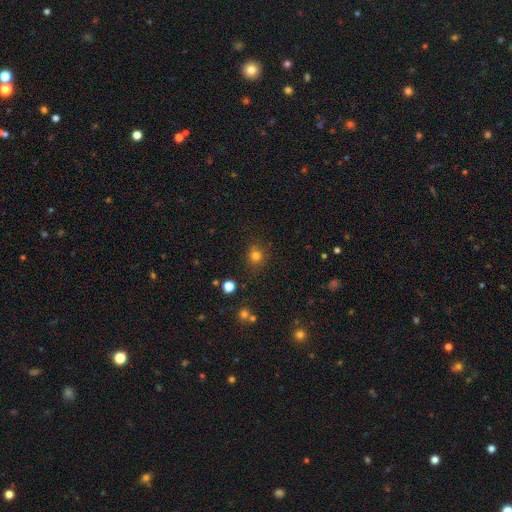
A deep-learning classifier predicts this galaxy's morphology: This is likely a smooth galaxy (78%). How rounded: clearly round (87%). Merging: clearly none (84%).